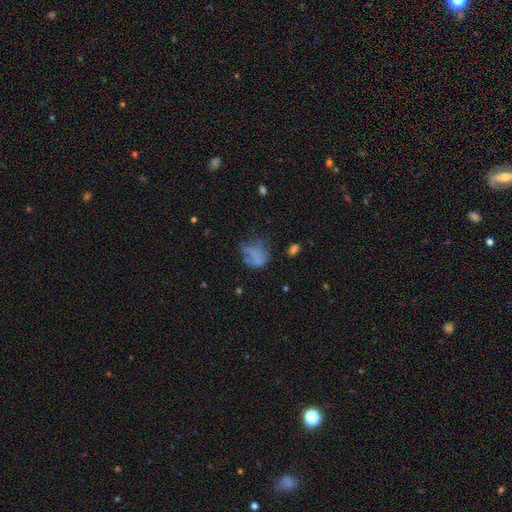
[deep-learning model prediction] Morphology: type=smooth (54%); roundness=round (51%); merging=none (36%).